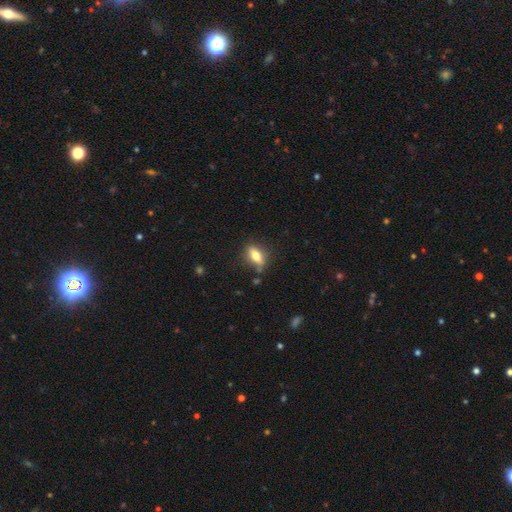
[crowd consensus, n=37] A smooth galaxy with no disk features (78%) that is in between round and cigar-shaped (86%). Merging: none (75%).